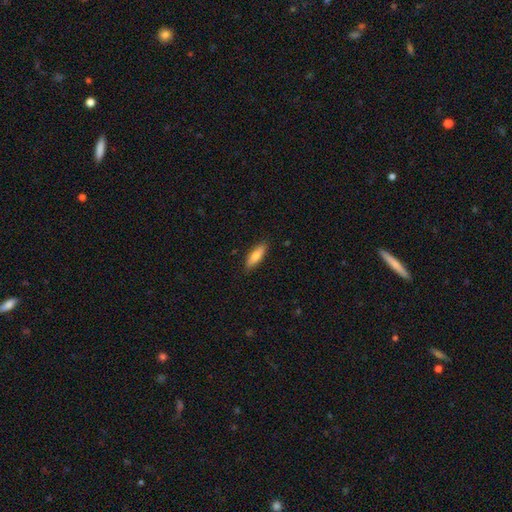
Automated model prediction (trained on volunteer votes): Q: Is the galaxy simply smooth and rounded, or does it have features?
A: smooth — 77%.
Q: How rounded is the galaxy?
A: in between — 52%.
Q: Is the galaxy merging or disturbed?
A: none — 87%.